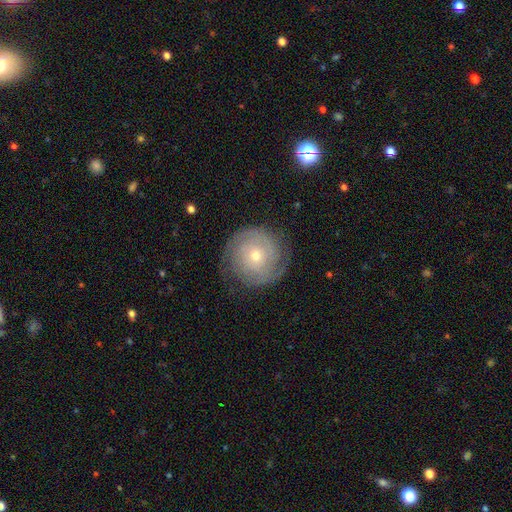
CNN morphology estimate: type=featured or disk (75%); edge-on=no (97%); bar=no (78%); spiral arms=yes (91%); winding=tight (76%); arm count=2 (47%); bulge=small (63%); merging=none (81%).